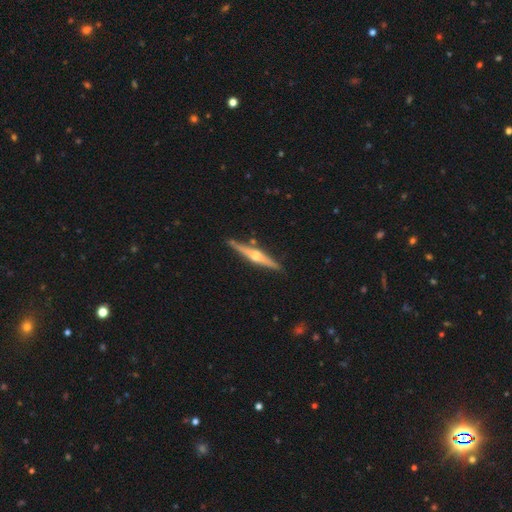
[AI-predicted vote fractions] Morphology: type=featured or disk (80%); edge-on=yes (98%); edge-on bulge=rounded (94%); merging=none (86%).